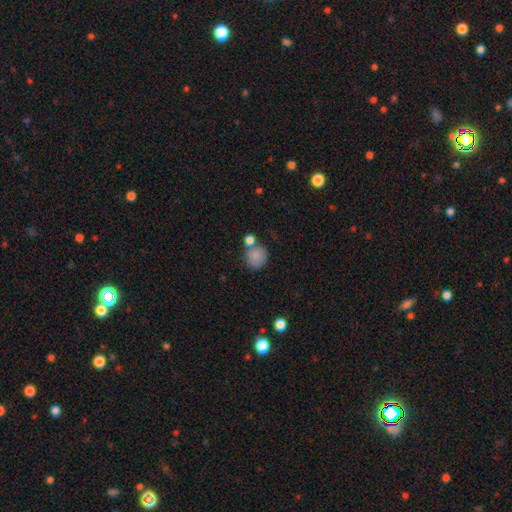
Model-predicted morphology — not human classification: Smooth or featured?
  - smooth: 82% *
  - star or artifact: 9%
  - featured or disk: 8%
How rounded?
  - round: 85% *
  - in between: 14%
  - cigar-shaped: 1%
Merging?
  - none: 56% *
  - merger: 26%
  - minor disturbance: 13%
  - major disturbance: 5%